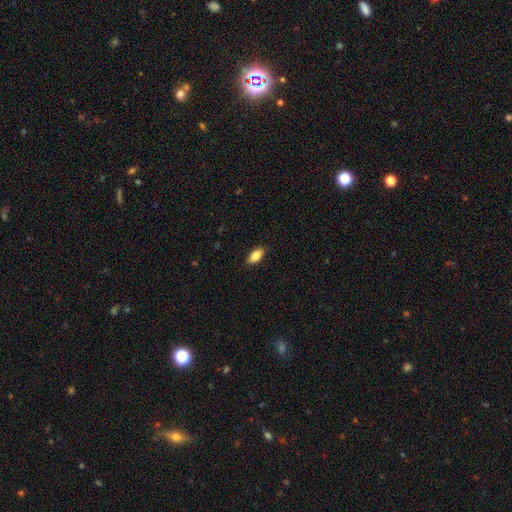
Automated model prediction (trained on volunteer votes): Smooth or featured? smooth (84%)
How rounded? in between (89%)
Merging? none (89%)